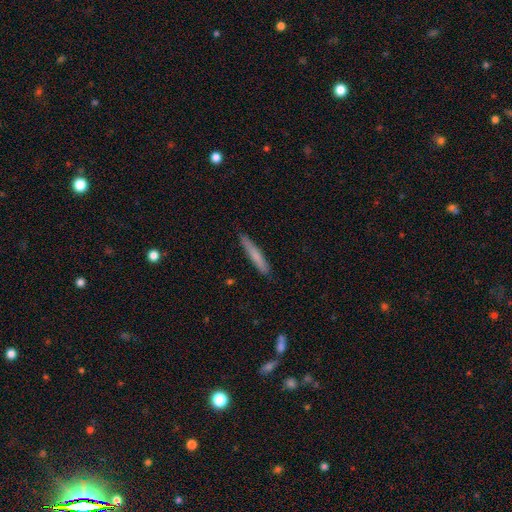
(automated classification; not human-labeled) This appears to be a smooth galaxy with no disk features (71%) that is cigar-shaped (95%). Merging: none (88%).